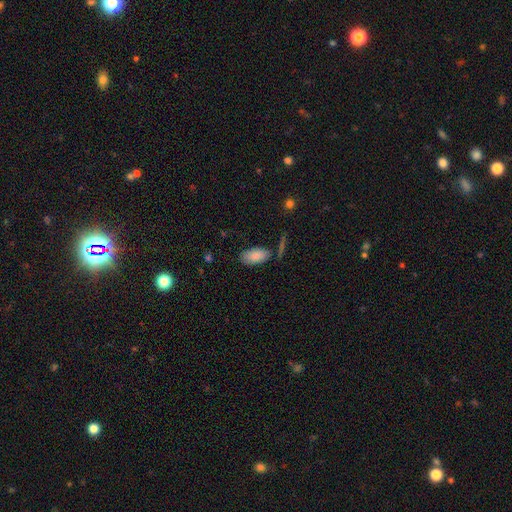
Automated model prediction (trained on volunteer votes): This is clearly a smooth galaxy (87%). How rounded: clearly in between (93%). Merging: likely none (74%).